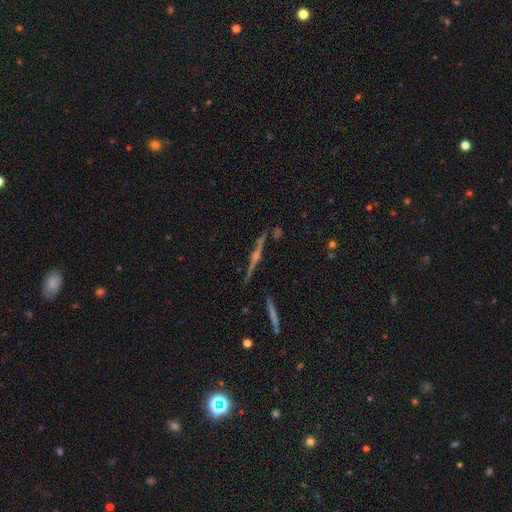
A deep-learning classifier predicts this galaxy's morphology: This is clearly a featured or disk galaxy (80%). It is clearly viewed edge-on (97%). Edge-on bulge: likely rounded (74%). Merging: clearly none (85%).